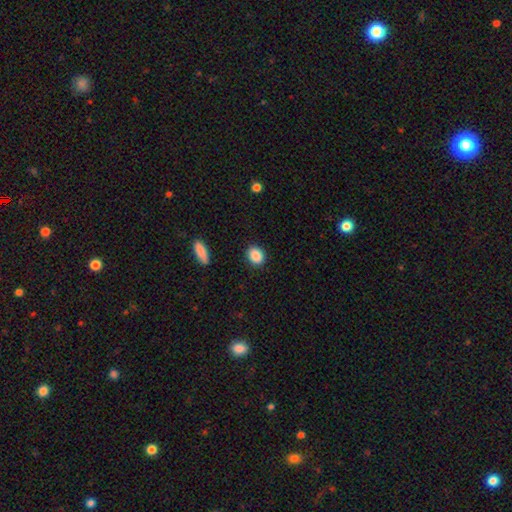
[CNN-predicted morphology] This appears to be a smooth galaxy with no disk features (88%) that is round (50%). Merging: none (89%).